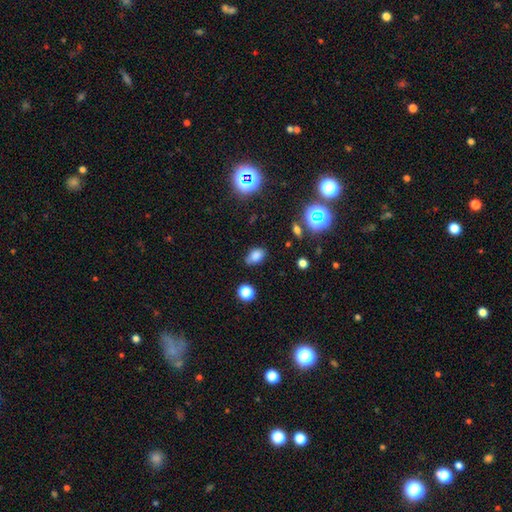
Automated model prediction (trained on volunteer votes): Smooth or featured? smooth (77%)
How rounded? in between (83%)
Merging? none (71%)